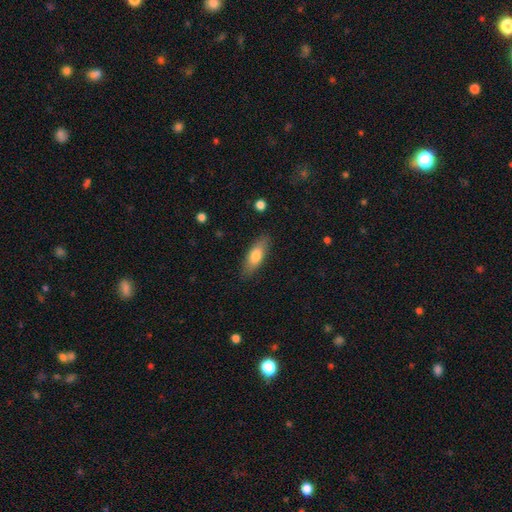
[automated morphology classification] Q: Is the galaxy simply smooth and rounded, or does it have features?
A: smooth — 74%.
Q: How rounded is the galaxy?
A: in between — 64%.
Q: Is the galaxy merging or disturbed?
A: none — 85%.